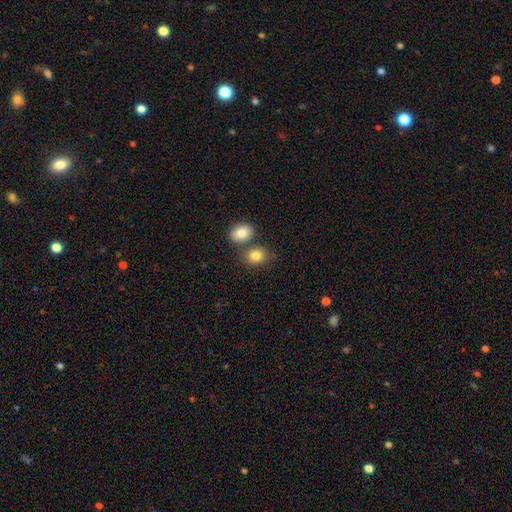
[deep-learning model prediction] smooth 82%, star or artifact 9%, featured or disk 8%. Down the decision tree: how rounded — in between (52%); merging — none (58%).